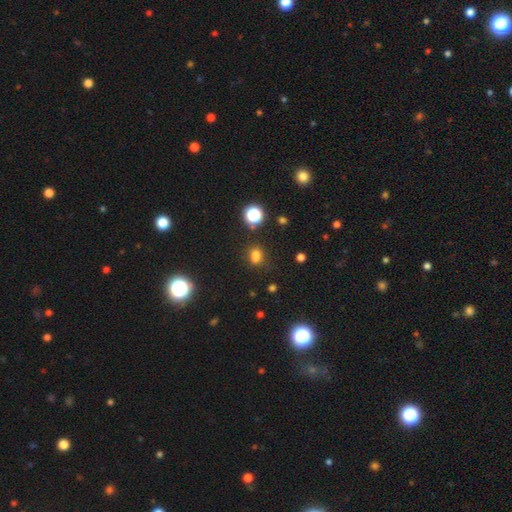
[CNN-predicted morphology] A smooth galaxy with no disk features (70%) that is in between round and cigar-shaped (57%). Merging: none (64%).